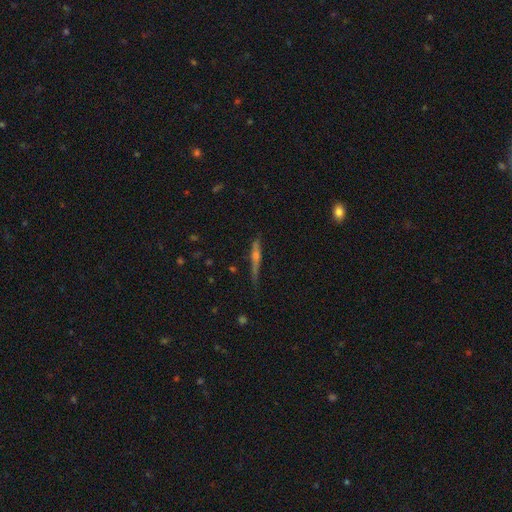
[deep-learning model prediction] Smooth or featured? featured or disk (69%)
Edge-on disk? yes (96%)
Edge-on bulge? rounded (83%)
Merging? none (79%)